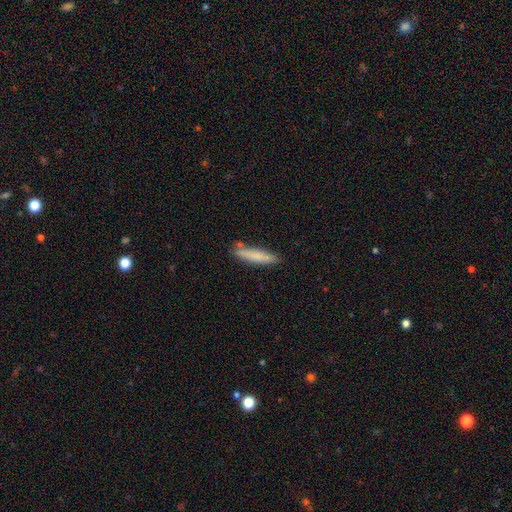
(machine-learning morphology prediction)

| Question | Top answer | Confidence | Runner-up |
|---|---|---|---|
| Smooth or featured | smooth | 78% | featured or disk (16%) |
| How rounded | cigar-shaped | 89% | in between (10%) |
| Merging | none | 81% | minor disturbance (13%) |